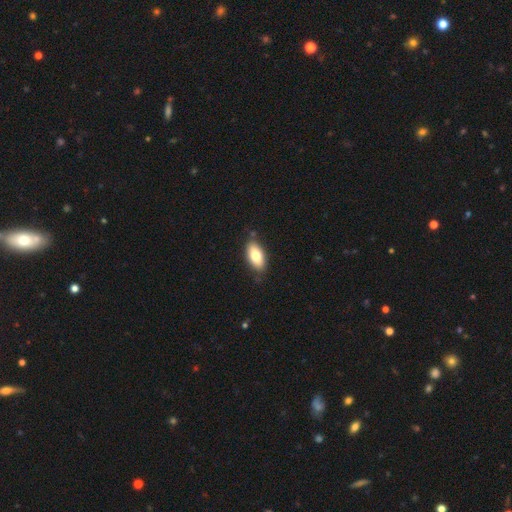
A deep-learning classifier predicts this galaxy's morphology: Overall: smooth (76%). How rounded: in between (90%). Merging: none (82%).